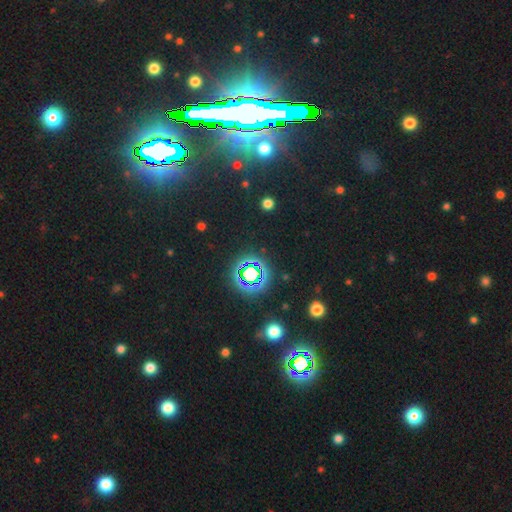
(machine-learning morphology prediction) Smooth or featured? star or artifact (82%)